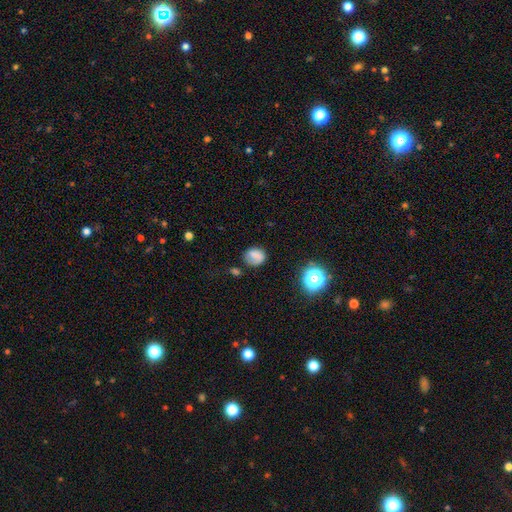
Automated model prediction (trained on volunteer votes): smooth_or_featured: smooth (p=0.71) [alt: featured or disk p=0.16]
how_rounded: round (p=0.62) [alt: in between p=0.37]
merging: none (p=0.63) [alt: minor disturbance p=0.23]